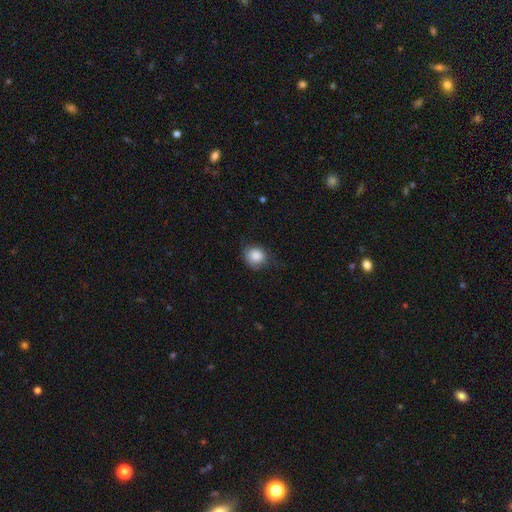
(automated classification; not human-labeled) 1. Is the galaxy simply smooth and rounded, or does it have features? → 86% smooth, 8% star or artifact, 6% featured or disk.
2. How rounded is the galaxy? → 74% round, 25% in between, 1% cigar-shaped.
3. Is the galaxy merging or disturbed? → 65% none, 27% minor disturbance, 6% major disturbance, 1% merger.